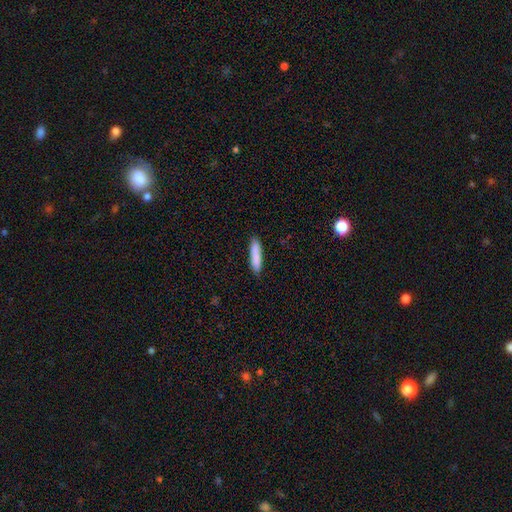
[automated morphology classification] smooth 86%, featured or disk 8%, star or artifact 6%. Down the decision tree: how rounded — cigar-shaped (83%); merging — none (87%).